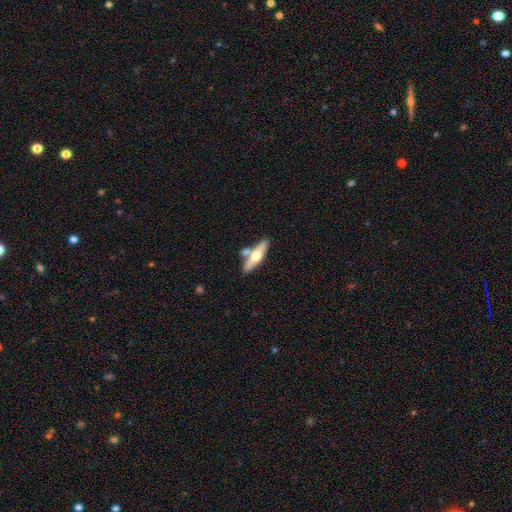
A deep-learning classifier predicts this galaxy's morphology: Smooth or featured? smooth (48%)
Merging? none (63%)